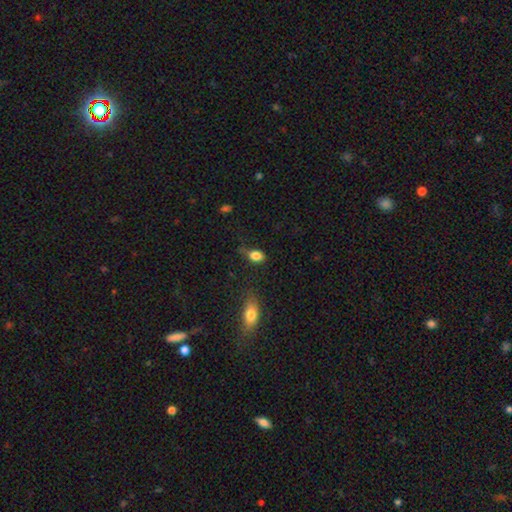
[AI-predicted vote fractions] Smooth or featured? Predicted: smooth (p=0.84). How rounded? Predicted: in between (p=0.82). Merging? Predicted: none (p=0.55).